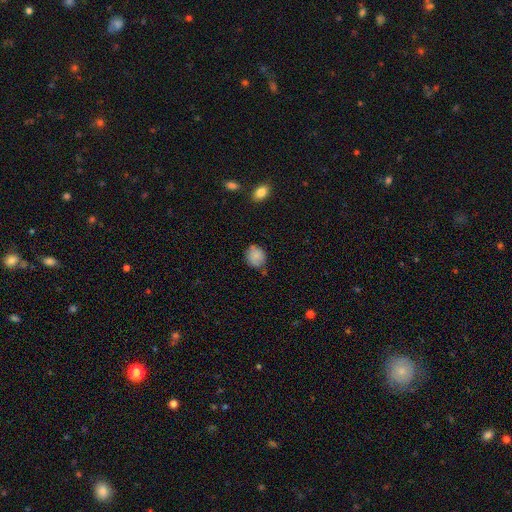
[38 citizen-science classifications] This appears to be a smooth galaxy with no disk features (84%) that is round (81%). Merging: none (64%).